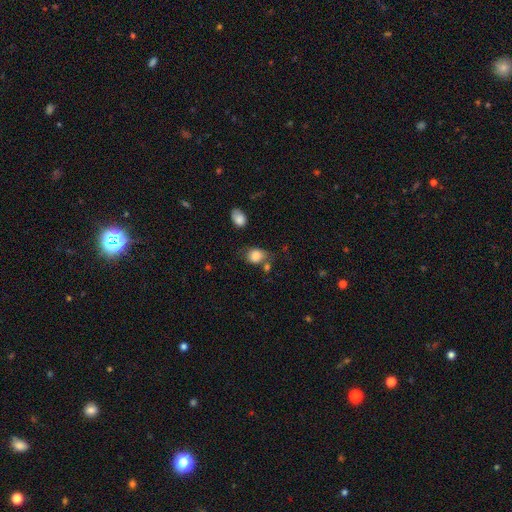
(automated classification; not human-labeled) smooth_or_featured: smooth (p=0.83) [alt: star or artifact p=0.09]
how_rounded: round (p=0.50) [alt: in between p=0.49]
merging: none (p=0.55) [alt: minor disturbance p=0.23]